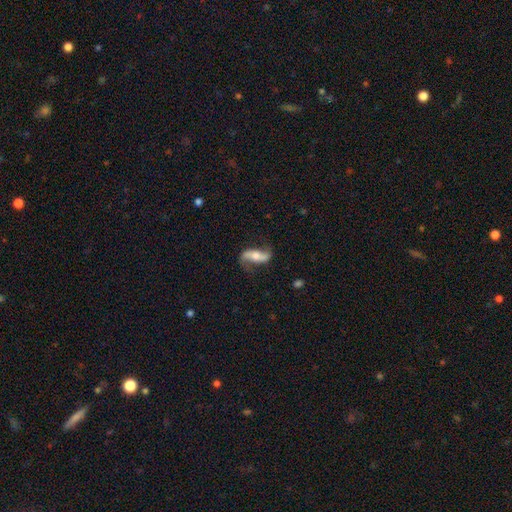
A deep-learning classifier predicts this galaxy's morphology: Smooth or featured? Predicted: featured or disk (p=0.78). Edge-on disk? Predicted: no (p=0.89). Bar? Predicted: strong (p=0.40). Spiral arms? Predicted: yes (p=0.93). Spiral winding? Predicted: loose (p=0.76). Spiral arm count? Predicted: 2 (p=0.92). Bulge size? Predicted: moderate (p=0.52). Merging? Predicted: none (p=0.74).